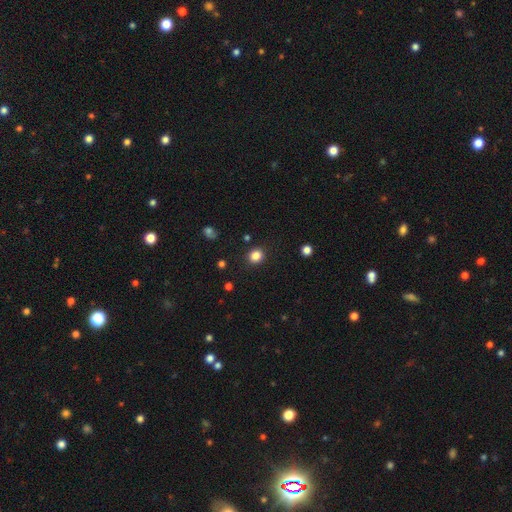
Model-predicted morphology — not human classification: smooth 84%, star or artifact 12%, featured or disk 4%. Down the decision tree: how rounded — round (77%); merging — none (89%).